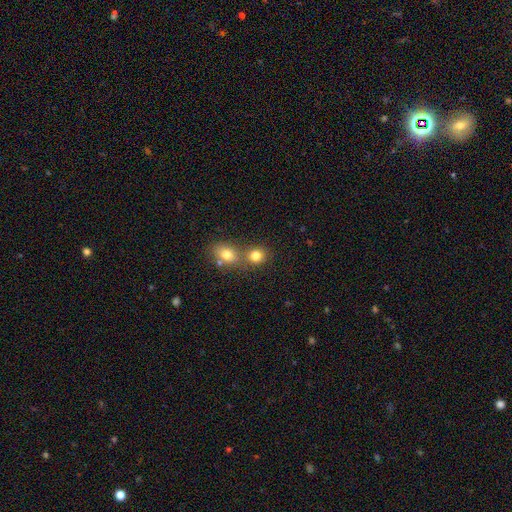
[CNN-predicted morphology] smooth_or_featured: smooth (p=0.80) [alt: star or artifact p=0.12]
how_rounded: round (p=0.75) [alt: in between p=0.24]
merging: none (p=0.51) [alt: merger p=0.38]